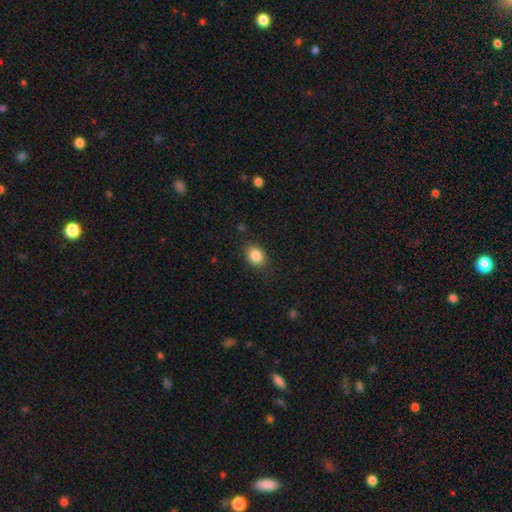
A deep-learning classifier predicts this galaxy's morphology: A smooth galaxy with no disk features (85%) that is in between round and cigar-shaped (51%).

Vote fractions:
- Smooth or featured? smooth: 85% / star or artifact: 9% / featured or disk: 6%
- How rounded? in between: 51% / round: 48% / cigar-shaped: 1%
- Merging? none: 83% / minor disturbance: 13% / major disturbance: 3% / merger: 1%